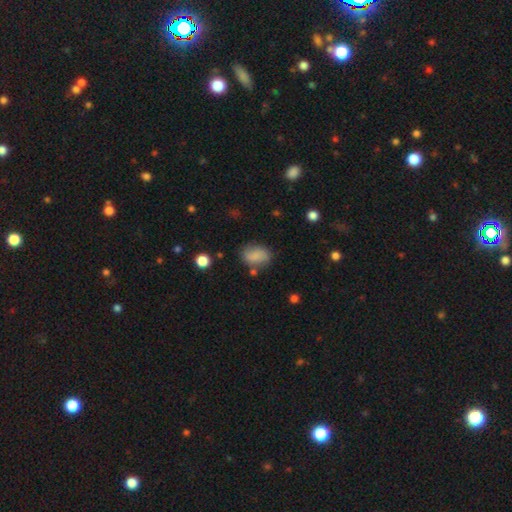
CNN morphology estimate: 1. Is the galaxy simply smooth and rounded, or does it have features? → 75% smooth, 16% featured or disk, 9% star or artifact.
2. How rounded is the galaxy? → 76% in between, 23% round, 2% cigar-shaped.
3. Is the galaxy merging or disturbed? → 69% none, 20% minor disturbance, 6% major disturbance, 5% merger.